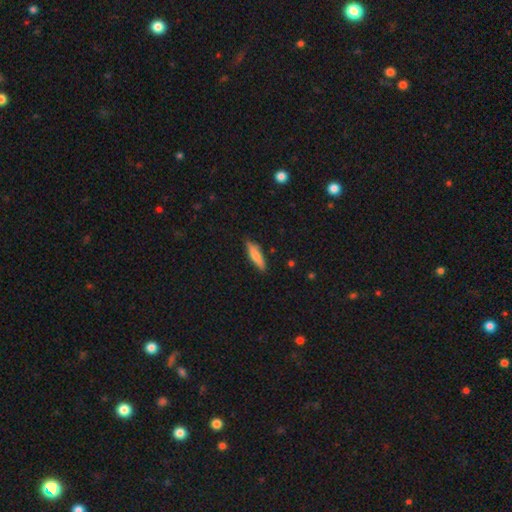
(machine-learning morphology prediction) type=smooth (71%); roundness=cigar-shaped (73%); merging=none (82%).